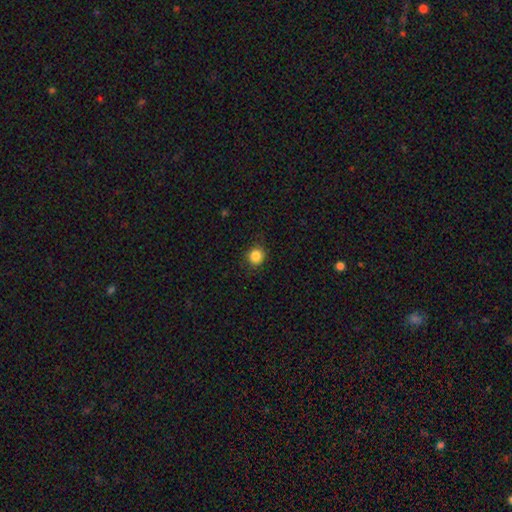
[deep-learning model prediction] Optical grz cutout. It shows a smooth galaxy with no disk features (85%) that is round (89%). Merging: none (85%).